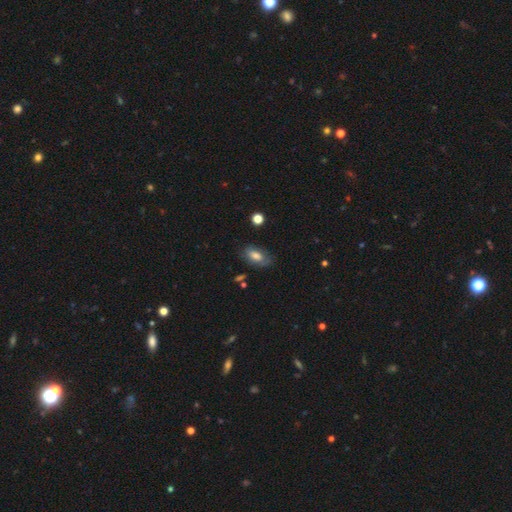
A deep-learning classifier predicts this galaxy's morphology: Smooth or featured? Predicted: smooth (p=0.70). How rounded? Predicted: in between (p=0.89). Merging? Predicted: none (p=0.66).